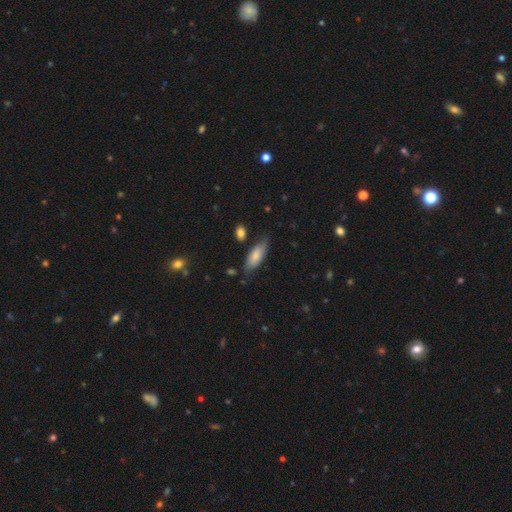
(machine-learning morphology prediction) smooth 72%, featured or disk 22%, star or artifact 6%. Down the decision tree: how rounded — in between (70%); merging — none (68%).